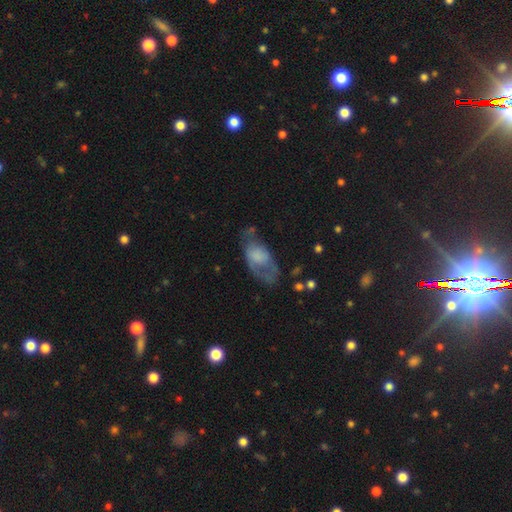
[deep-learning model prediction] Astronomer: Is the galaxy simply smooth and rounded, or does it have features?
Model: featured or disk — 45%, tied with smooth at 45%.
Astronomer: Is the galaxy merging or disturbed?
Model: none — 47% (runner-up: minor disturbance, 26%).